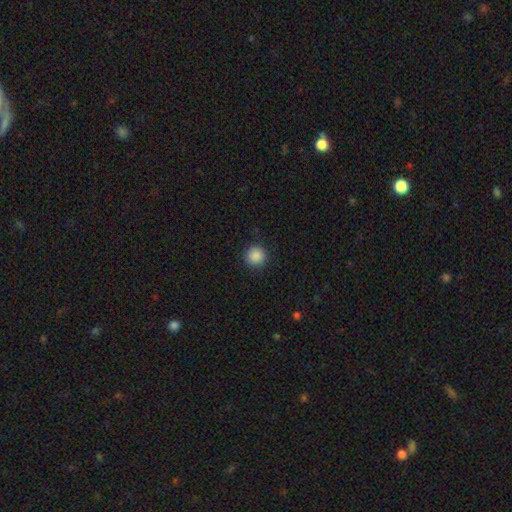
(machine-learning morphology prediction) Smooth or featured?
  - smooth: 88% *
  - star or artifact: 9%
  - featured or disk: 3%
How rounded?
  - round: 94% *
  - in between: 5%
  - cigar-shaped: 1%
Merging?
  - none: 89% *
  - minor disturbance: 8%
  - major disturbance: 2%
  - merger: 1%